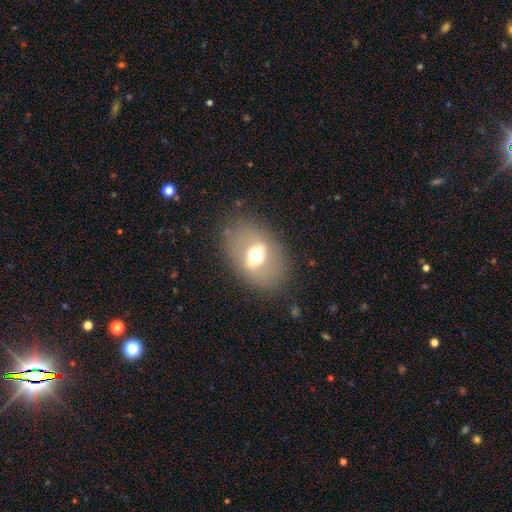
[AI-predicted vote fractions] The model was most divided on "smooth or featured": featured or disk: 45%, smooth: 44%, star or artifact: 11%. More confident: merging — none (78%).